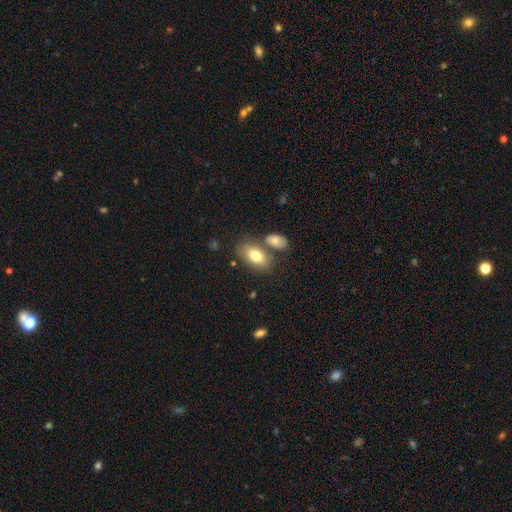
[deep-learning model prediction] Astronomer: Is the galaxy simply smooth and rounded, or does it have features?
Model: smooth — 77%.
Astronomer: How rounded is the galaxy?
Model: in between — 92%.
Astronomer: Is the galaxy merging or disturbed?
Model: none — 61%.